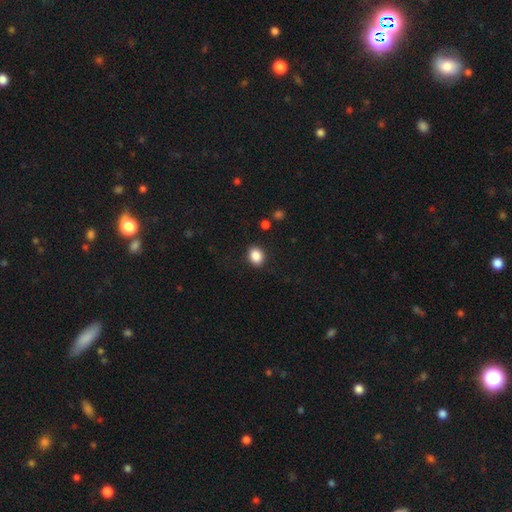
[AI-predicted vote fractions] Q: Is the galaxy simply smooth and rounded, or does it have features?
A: smooth — 88%.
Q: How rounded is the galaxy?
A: round — 51%.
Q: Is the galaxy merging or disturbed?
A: none — 88%.